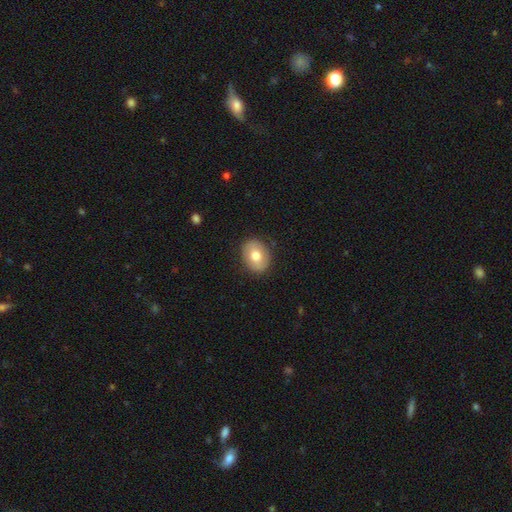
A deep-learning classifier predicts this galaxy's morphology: smooth-or-featured: smooth: 73% | featured or disk: 20% | star or artifact: 7%
  how-rounded: in between: 57% | round: 42% | cigar-shaped: 1%
  merging: none: 86% | minor disturbance: 10% | major disturbance: 3% | merger: 1%